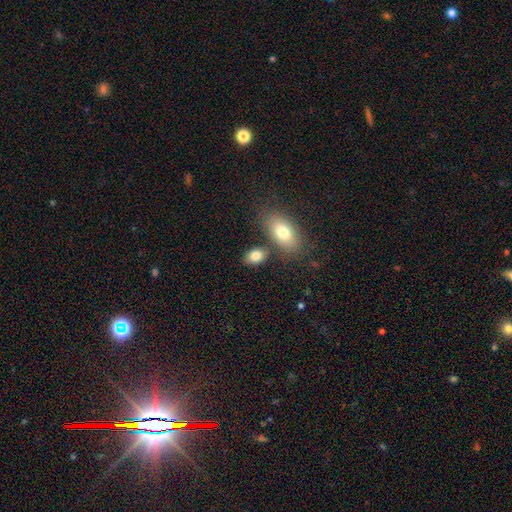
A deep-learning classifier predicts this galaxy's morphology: A smooth galaxy with no disk features (80%) that is in between round and cigar-shaped (85%).

Vote fractions:
- Smooth or featured? smooth: 80% / featured or disk: 12% / star or artifact: 9%
- How rounded? in between: 85% / round: 13% / cigar-shaped: 2%
- Merging? none: 67% / merger: 17% / minor disturbance: 12% / major disturbance: 4%